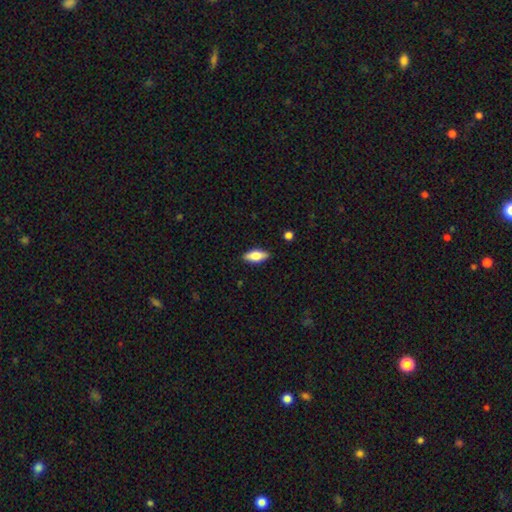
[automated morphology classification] Smooth or featured?
  - smooth: 67% *
  - featured or disk: 26%
  - star or artifact: 7%
How rounded?
  - in between: 76% *
  - cigar-shaped: 21%
  - round: 3%
Merging?
  - none: 88% *
  - minor disturbance: 9%
  - major disturbance: 2%
  - merger: 1%